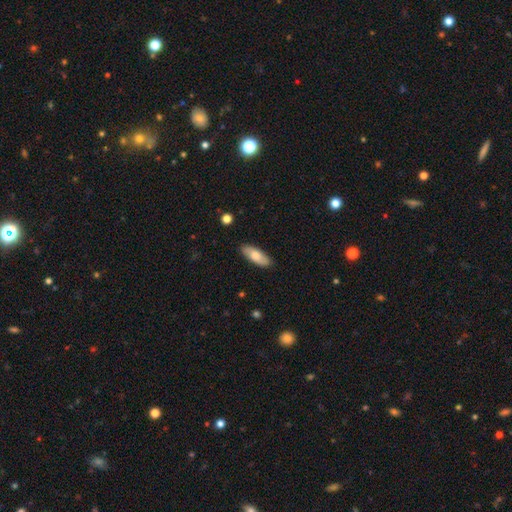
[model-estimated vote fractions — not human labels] Q: Smooth or featured?
A: smooth (72%); runner-up: featured or disk (22%)
Q: How rounded?
A: in between (74%); runner-up: cigar-shaped (24%)
Q: Merging?
A: none (87%); runner-up: minor disturbance (10%)